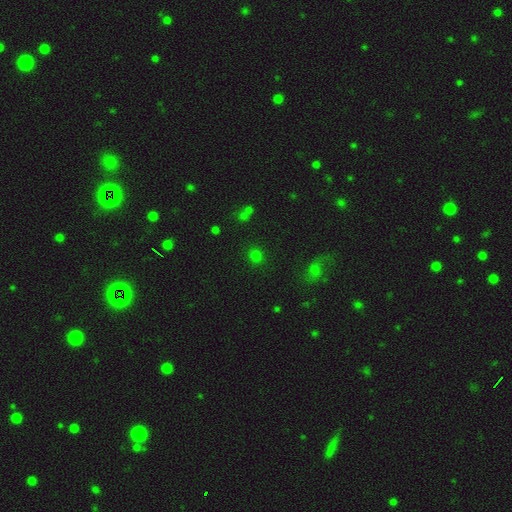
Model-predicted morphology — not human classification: smooth-or-featured: smooth: 73% | star or artifact: 22% | featured or disk: 5%
  how-rounded: round: 81% | in between: 17% | cigar-shaped: 1%
  merging: none: 84% | minor disturbance: 8% | merger: 5% | major disturbance: 3%